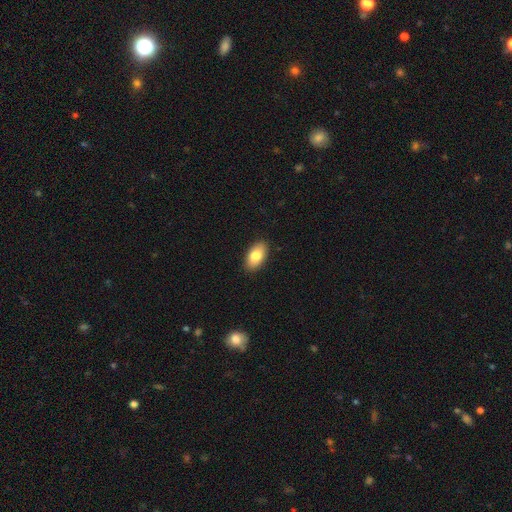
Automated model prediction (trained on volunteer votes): Q: Smooth or featured?
A: smooth (81%); runner-up: featured or disk (12%)
Q: How rounded?
A: in between (94%); runner-up: round (4%)
Q: Merging?
A: none (90%); runner-up: minor disturbance (8%)